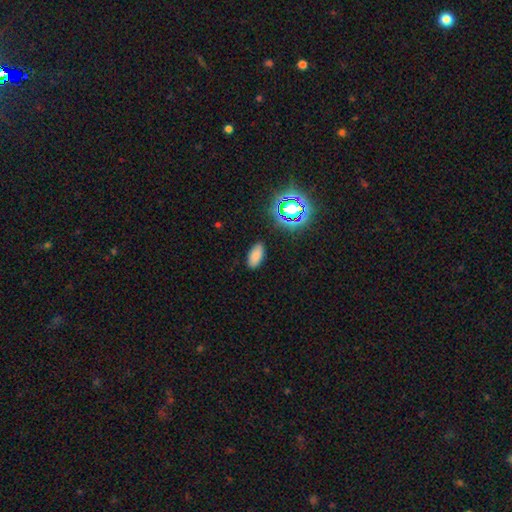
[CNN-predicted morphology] type=smooth (78%); roundness=in between (90%); merging=none (88%).